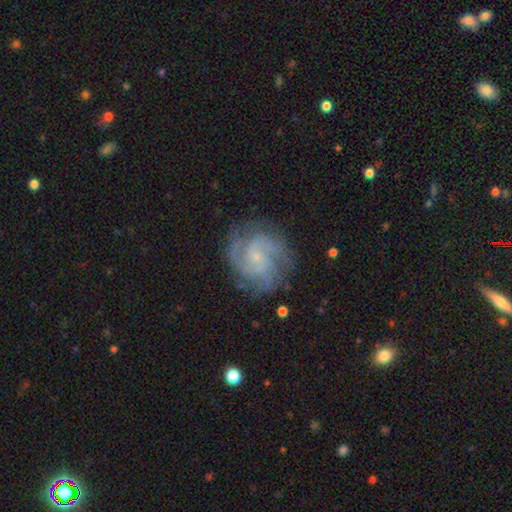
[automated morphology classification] Smooth or featured? Predicted: featured or disk (p=0.86). Edge-on disk? Predicted: no (p=0.98). Bar? Predicted: no (p=0.62). Spiral arms? Predicted: yes (p=0.97). Spiral winding? Predicted: tight (p=0.50). Spiral arm count? Predicted: 3 (p=0.36). Bulge size? Predicted: small (p=0.75). Merging? Predicted: none (p=0.78).